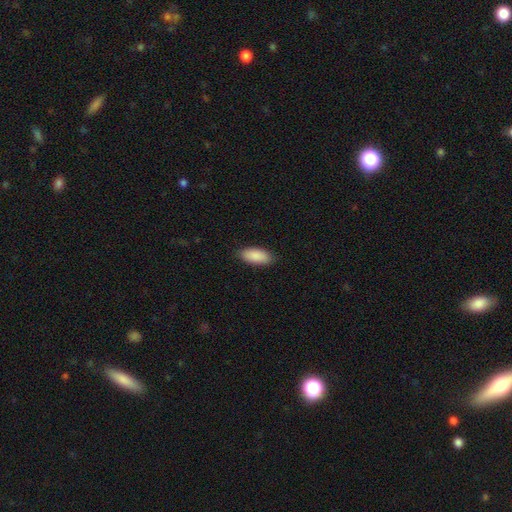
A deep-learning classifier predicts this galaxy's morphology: A smooth galaxy with no disk features (90%) that is in between round and cigar-shaped (87%).

Vote fractions:
- Smooth or featured? smooth: 90% / star or artifact: 6% / featured or disk: 5%
- How rounded? in between: 87% / cigar-shaped: 11% / round: 2%
- Merging? none: 86% / minor disturbance: 11% / major disturbance: 2% / merger: 1%